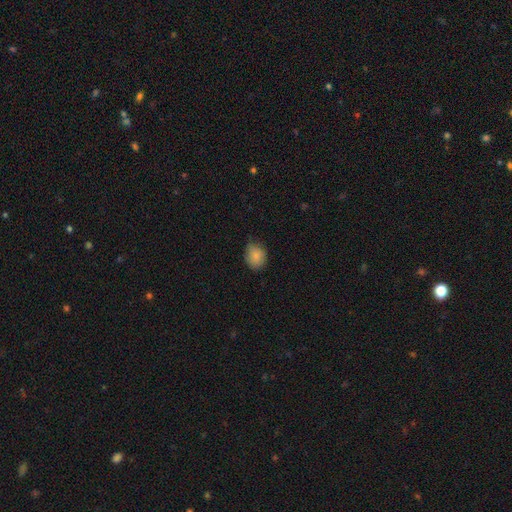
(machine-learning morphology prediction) type=smooth (86%); roundness=round (51%); merging=none (69%).